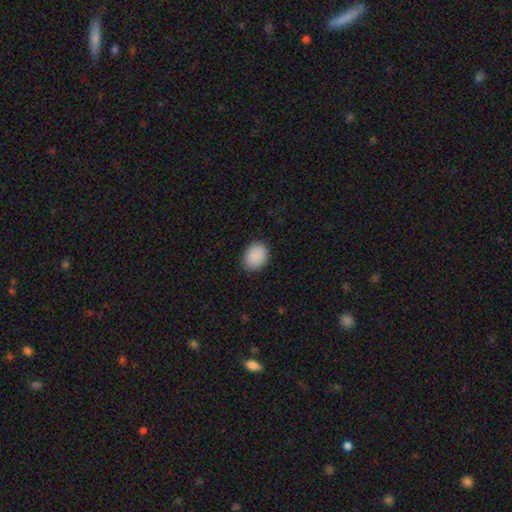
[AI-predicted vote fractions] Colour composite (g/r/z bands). It shows a smooth galaxy with no disk features (89%) that is in between round and cigar-shaped (58%). Merging: none (86%).